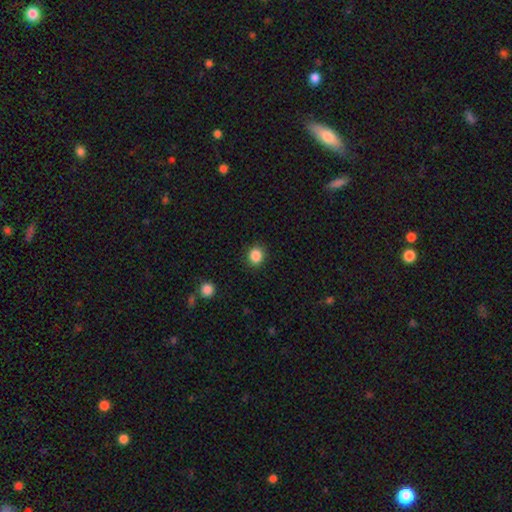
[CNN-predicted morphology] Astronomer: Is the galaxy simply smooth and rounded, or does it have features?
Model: smooth — 87%.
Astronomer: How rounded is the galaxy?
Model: round — 76%.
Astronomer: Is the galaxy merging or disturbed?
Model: none — 89%.